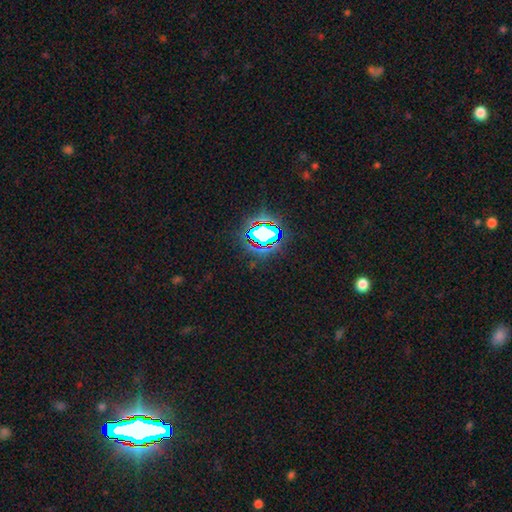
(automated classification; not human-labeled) This appears to be a star or artifact, not a galaxy (82%).